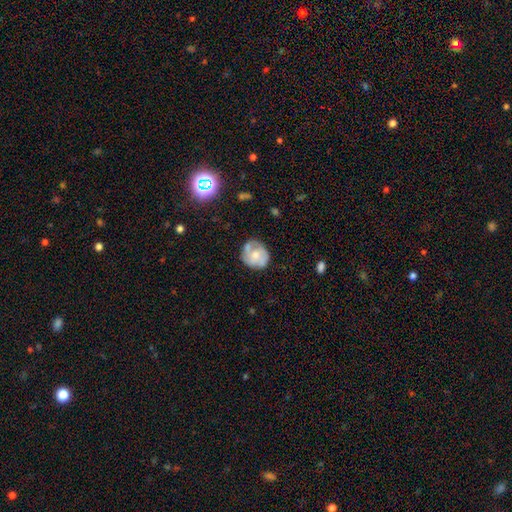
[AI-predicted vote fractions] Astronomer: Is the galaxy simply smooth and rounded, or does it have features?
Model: featured or disk — 50% (runner-up: smooth, 42%).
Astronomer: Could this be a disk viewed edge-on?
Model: no — 97%.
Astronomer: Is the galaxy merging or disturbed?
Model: none — 61%.